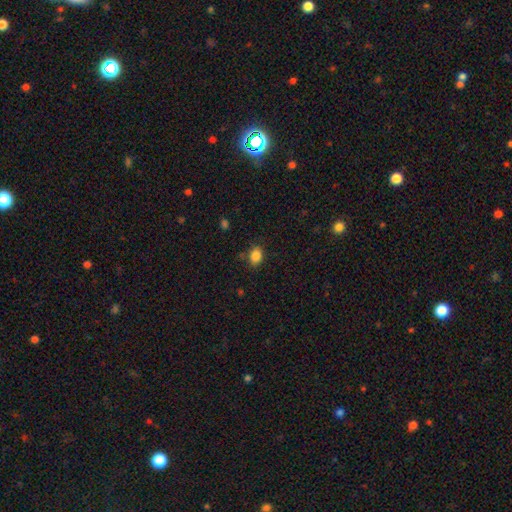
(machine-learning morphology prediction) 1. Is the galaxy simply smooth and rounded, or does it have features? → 85% smooth, 10% star or artifact, 5% featured or disk.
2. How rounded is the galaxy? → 73% in between, 26% round, 1% cigar-shaped.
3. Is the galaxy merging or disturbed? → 79% none, 14% minor disturbance, 4% major disturbance, 3% merger.